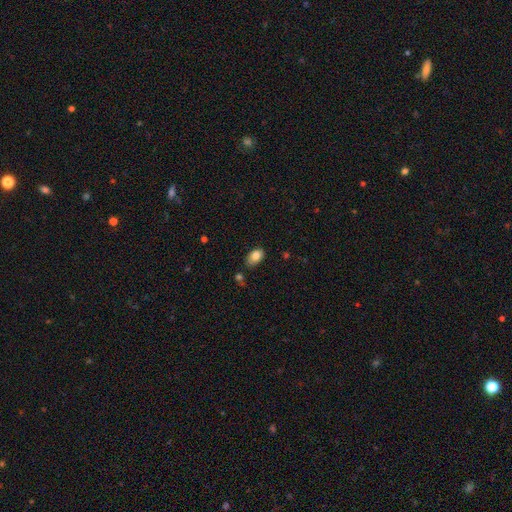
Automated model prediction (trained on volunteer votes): A smooth galaxy with no disk features (83%) that is in between round and cigar-shaped (88%). Merging: none (74%).